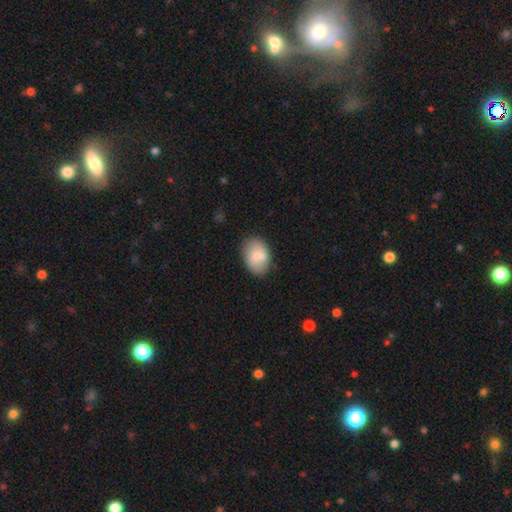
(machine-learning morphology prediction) Q: Smooth or featured?
A: smooth (72%); runner-up: featured or disk (21%)
Q: How rounded?
A: in between (81%); runner-up: round (17%)
Q: Merging?
A: none (68%); runner-up: minor disturbance (18%)